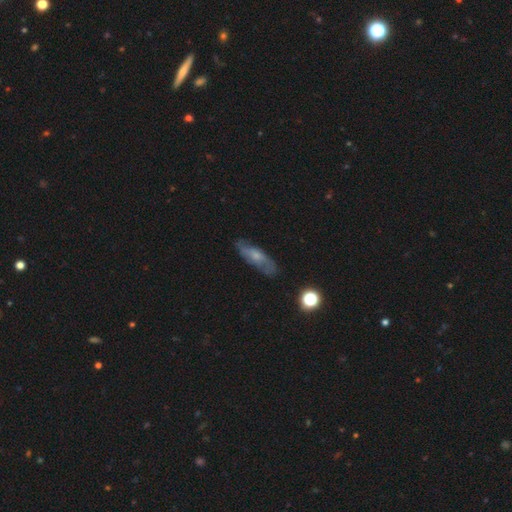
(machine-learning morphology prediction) Smooth or featured: featured or disk — 46% (smooth — 45%)
Merging: none — 73% (minor disturbance — 19%)